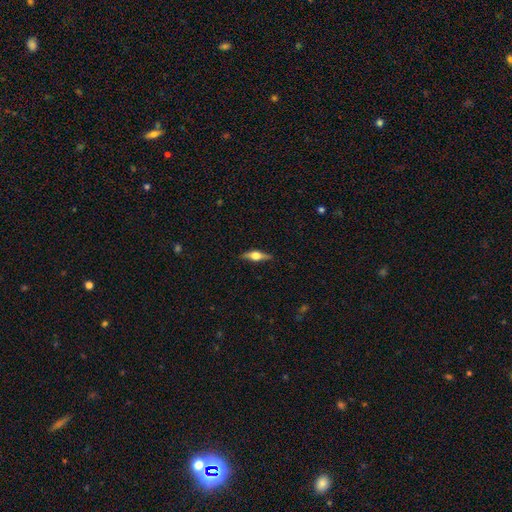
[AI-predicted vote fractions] This is likely a featured or disk galaxy (68%). It is clearly viewed edge-on (96%). Edge-on bulge: clearly rounded (94%). Merging: clearly none (87%).